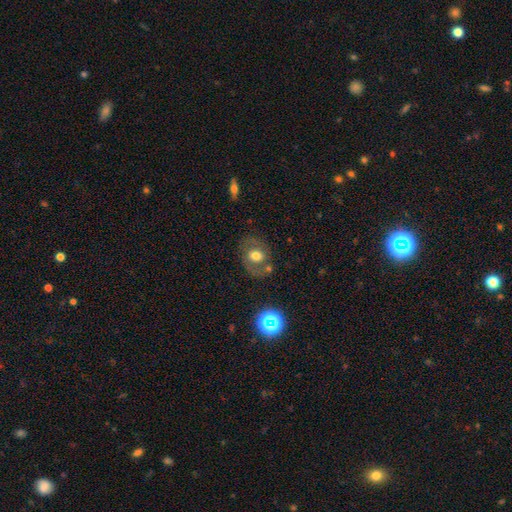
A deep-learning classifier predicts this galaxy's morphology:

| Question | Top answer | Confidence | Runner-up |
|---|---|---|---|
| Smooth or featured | smooth | 50% | featured or disk (38%) |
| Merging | none | 68% | minor disturbance (16%) |